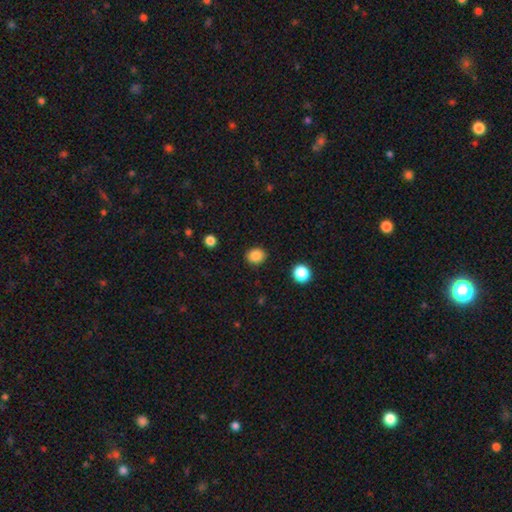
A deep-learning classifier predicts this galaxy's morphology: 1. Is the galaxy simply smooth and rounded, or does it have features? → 87% smooth, 10% star or artifact, 3% featured or disk.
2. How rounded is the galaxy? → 67% round, 32% in between, 1% cigar-shaped.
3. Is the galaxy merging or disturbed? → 88% none, 8% minor disturbance, 2% major disturbance, 1% merger.